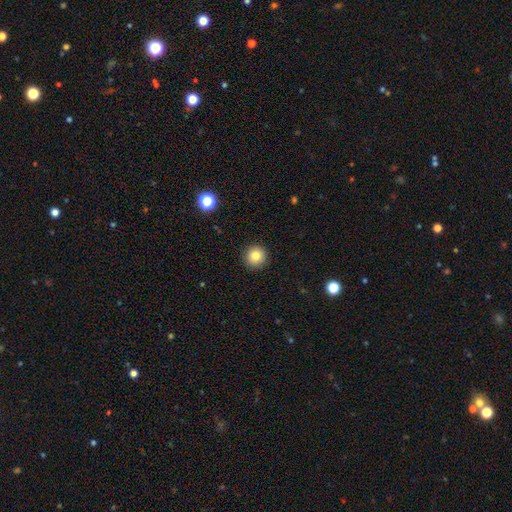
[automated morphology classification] Smooth or featured? smooth (82%)
How rounded? round (95%)
Merging? none (92%)